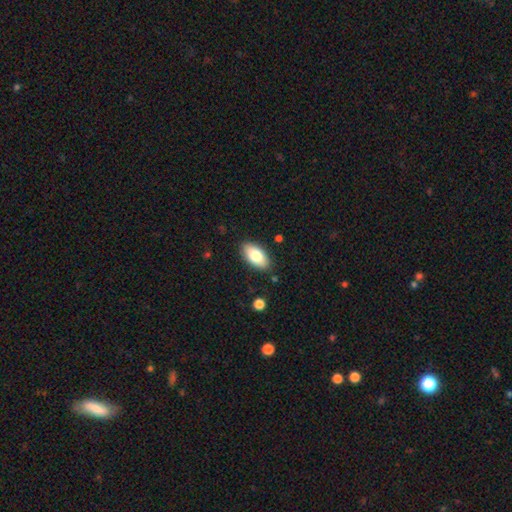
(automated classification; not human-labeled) Smooth or featured? Predicted: smooth (p=0.79). How rounded? Predicted: in between (p=0.93). Merging? Predicted: none (p=0.87).